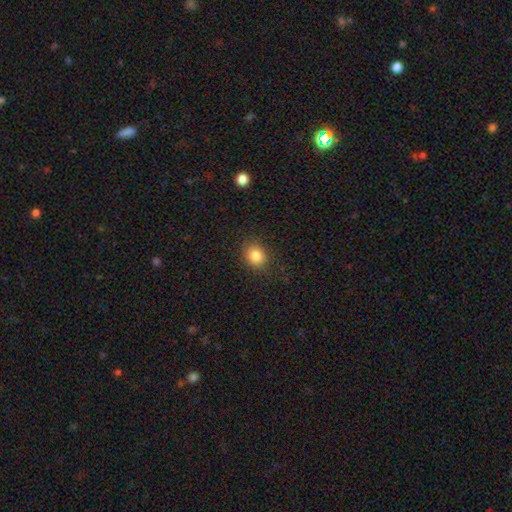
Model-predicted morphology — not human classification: smooth 85%, star or artifact 10%, featured or disk 5%. Down the decision tree: how rounded — round (65%); merging — none (87%).